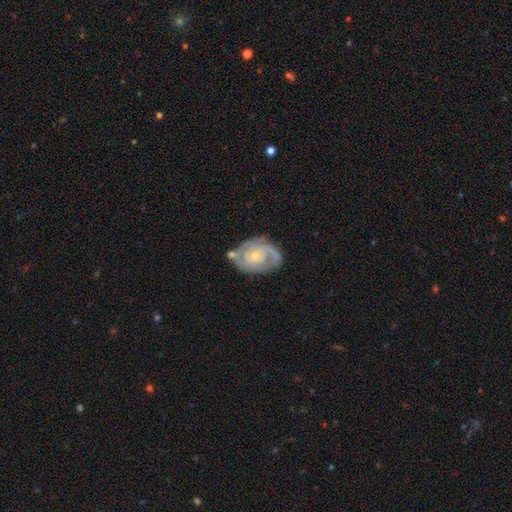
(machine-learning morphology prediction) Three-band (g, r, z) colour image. It shows a featured or disk galaxy (84%) with no bar (72%), 2 (64%) tight (62%) spiral arms (94%) and a small central bulge (70%). Merging: none (64%).